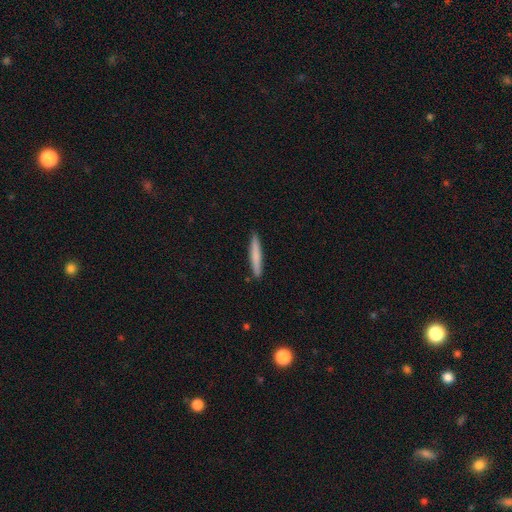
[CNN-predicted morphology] smooth 75%, featured or disk 20%, star or artifact 6%. Down the decision tree: how rounded — cigar-shaped (95%); merging — none (90%).